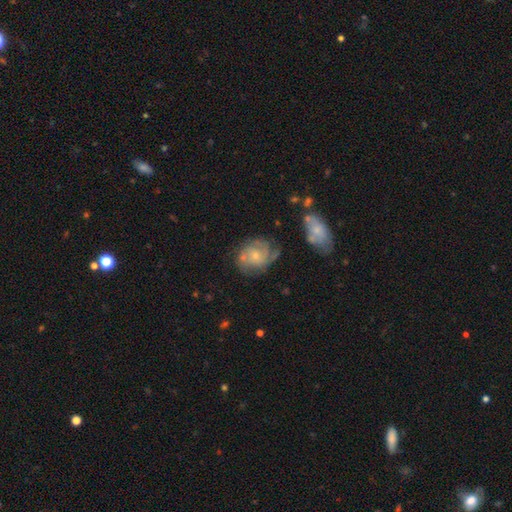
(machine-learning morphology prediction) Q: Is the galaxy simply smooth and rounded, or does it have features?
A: featured or disk — 67%.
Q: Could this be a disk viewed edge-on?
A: no — 97%.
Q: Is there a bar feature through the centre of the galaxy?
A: no — 77%.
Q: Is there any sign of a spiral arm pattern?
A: yes — 85%.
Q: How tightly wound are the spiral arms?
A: tight — 49%.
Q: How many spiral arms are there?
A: can't tell — 38%.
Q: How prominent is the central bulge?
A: small — 65%.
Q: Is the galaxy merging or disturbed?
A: none — 50%.